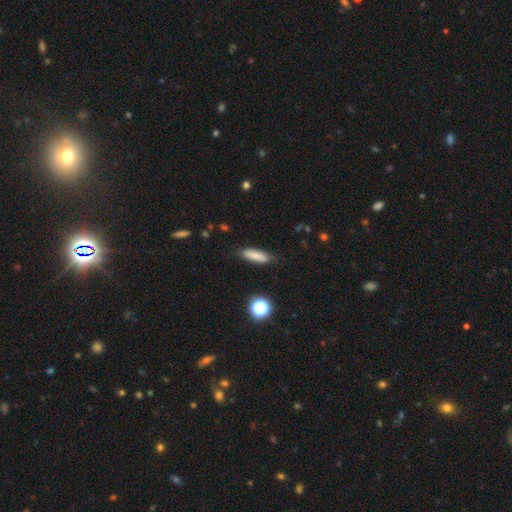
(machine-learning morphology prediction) Q: Smooth or featured?
A: smooth (80%); runner-up: featured or disk (11%)
Q: How rounded?
A: cigar-shaped (62%); runner-up: in between (35%)
Q: Merging?
A: none (82%); runner-up: minor disturbance (13%)